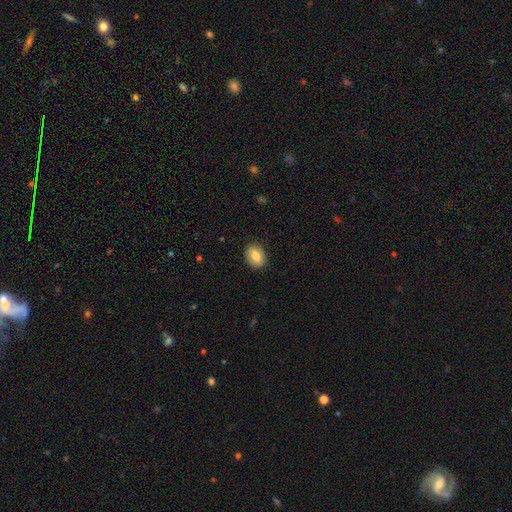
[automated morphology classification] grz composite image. It shows a smooth galaxy with no disk features (75%) that is in between round and cigar-shaped (69%). Merging: none (85%).